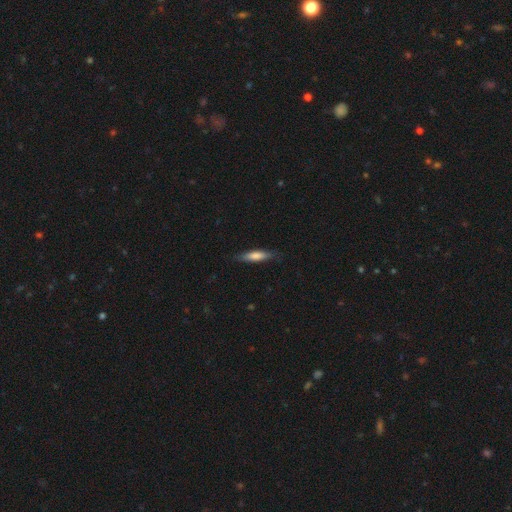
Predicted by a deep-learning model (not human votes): Overall: smooth (68%). How rounded: cigar-shaped (78%). Merging: none (83%).